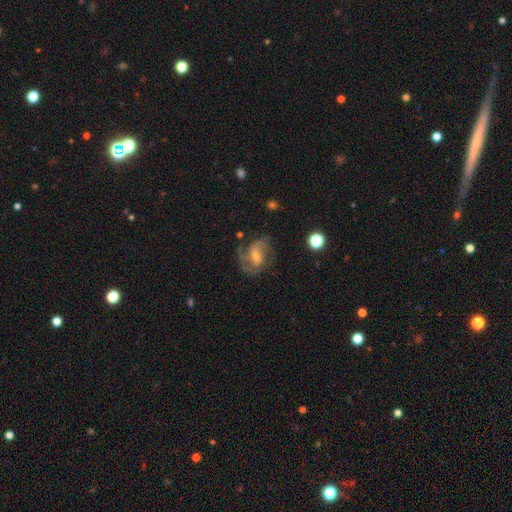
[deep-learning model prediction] Smooth or featured? Predicted: featured or disk (p=0.79). Edge-on disk? Predicted: no (p=0.97). Bar? Predicted: weak (p=0.48). Spiral arms? Predicted: yes (p=0.92). Spiral winding? Predicted: medium (p=0.52). Spiral arm count? Predicted: 2 (p=0.69). Bulge size? Predicted: small (p=0.50). Merging? Predicted: none (p=0.61).